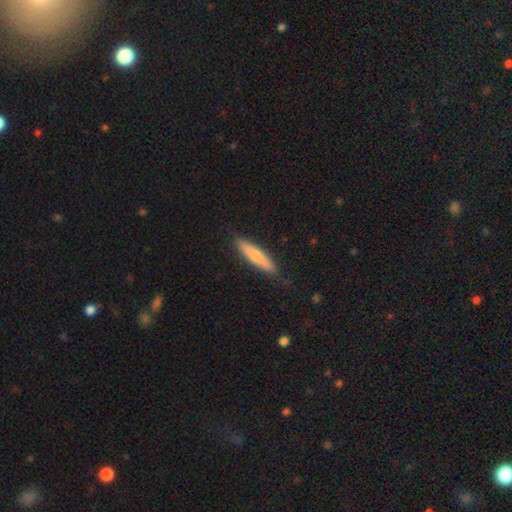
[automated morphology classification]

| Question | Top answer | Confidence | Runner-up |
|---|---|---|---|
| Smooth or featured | smooth | 77% | featured or disk (18%) |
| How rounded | cigar-shaped | 86% | in between (13%) |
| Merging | none | 84% | minor disturbance (13%) |